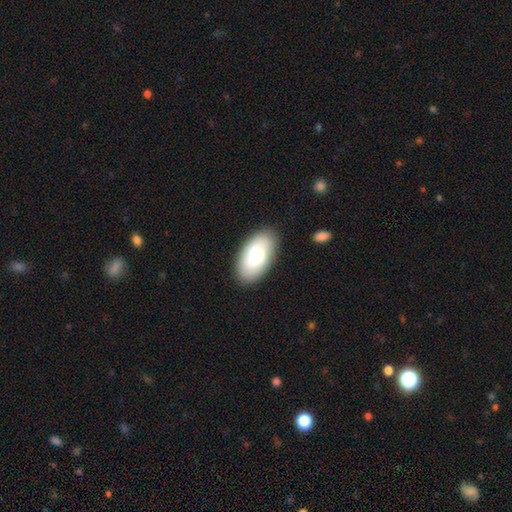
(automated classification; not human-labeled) A smooth galaxy with no disk features (74%) that is in between round and cigar-shaped (95%).

Vote fractions:
- Smooth or featured? smooth: 74% / featured or disk: 20% / star or artifact: 6%
- How rounded? in between: 95% / round: 3% / cigar-shaped: 2%
- Merging? none: 86% / minor disturbance: 10% / major disturbance: 3% / merger: 1%